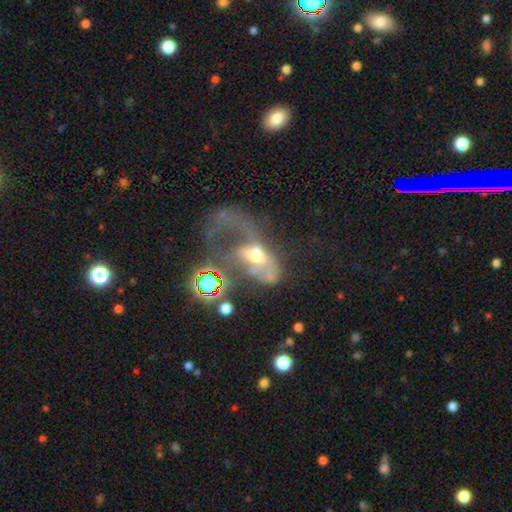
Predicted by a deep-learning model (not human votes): featured or disk 58%, smooth 27%, star or artifact 15%. Down the decision tree: edge-on disk — no (91%); bar — no (65%); spiral arms — no (67%); bulge size — moderate (55%); merging — major disturbance (59%).